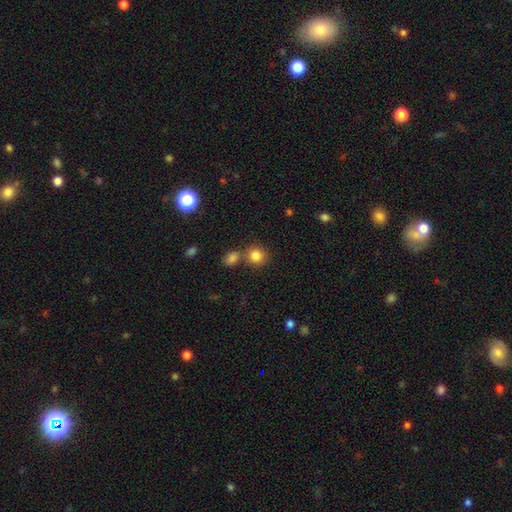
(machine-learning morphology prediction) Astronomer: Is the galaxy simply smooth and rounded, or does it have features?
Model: smooth — 84%.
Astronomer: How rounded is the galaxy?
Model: round — 86%.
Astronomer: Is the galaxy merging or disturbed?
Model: none — 66%.